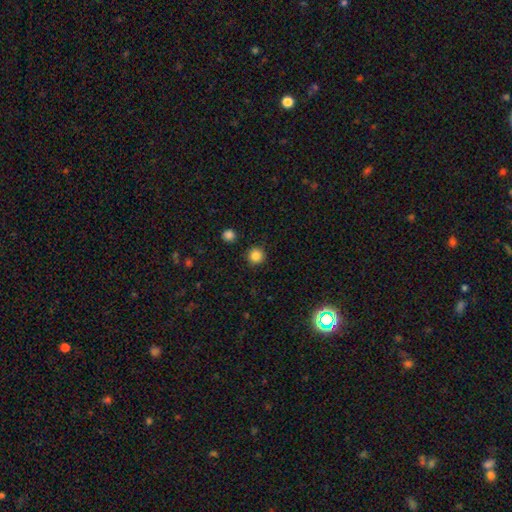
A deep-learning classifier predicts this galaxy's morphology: The model was most divided on "smooth or featured": smooth: 84%, star or artifact: 12%, featured or disk: 4%. More confident: how rounded — round (95%); merging — none (92%).